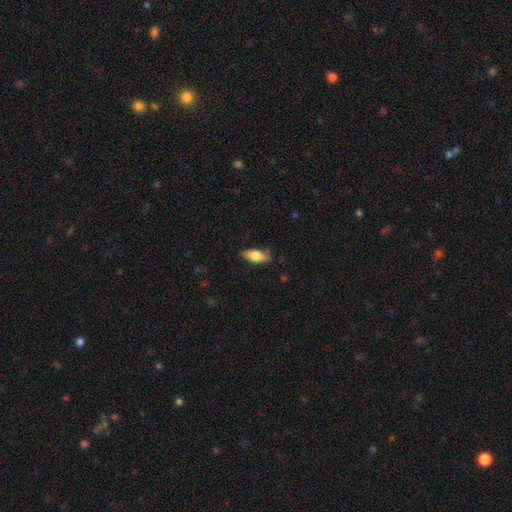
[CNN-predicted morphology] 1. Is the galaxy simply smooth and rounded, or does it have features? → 67% smooth, 26% featured or disk, 6% star or artifact.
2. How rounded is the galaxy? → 76% in between, 21% cigar-shaped, 3% round.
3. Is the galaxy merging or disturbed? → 73% none, 21% minor disturbance, 4% major disturbance, 2% merger.